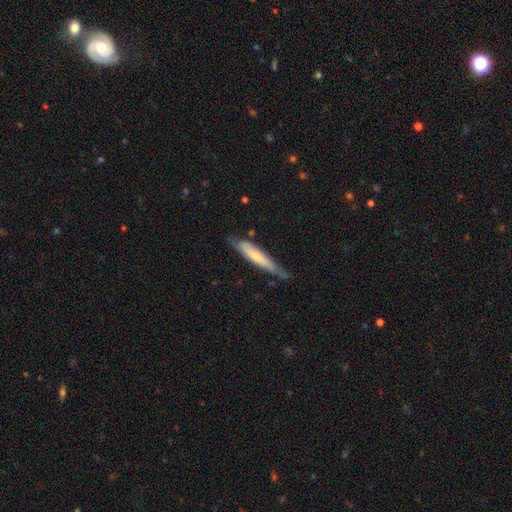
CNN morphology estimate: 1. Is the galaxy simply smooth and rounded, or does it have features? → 47% smooth (tied), 47% featured or disk (tied), 6% star or artifact.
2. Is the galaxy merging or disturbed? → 66% none, 27% minor disturbance, 5% major disturbance, 2% merger.